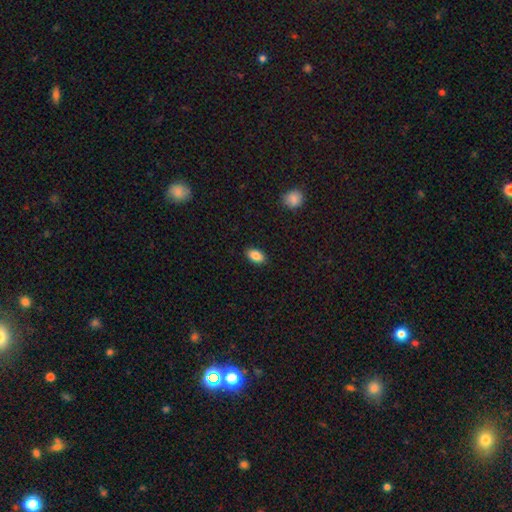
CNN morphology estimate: Q: Smooth or featured?
A: smooth (87%); runner-up: star or artifact (8%)
Q: How rounded?
A: in between (91%); runner-up: round (7%)
Q: Merging?
A: none (89%); runner-up: minor disturbance (8%)